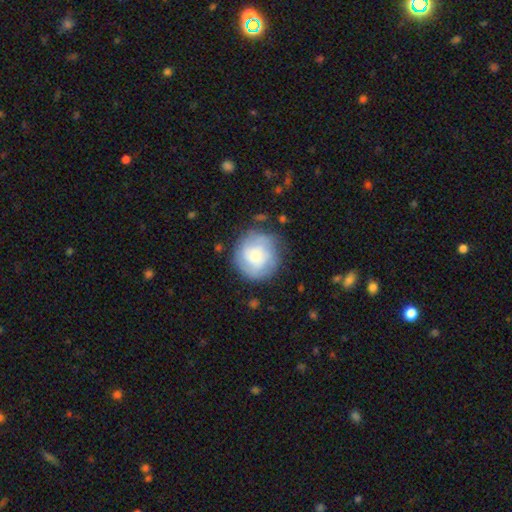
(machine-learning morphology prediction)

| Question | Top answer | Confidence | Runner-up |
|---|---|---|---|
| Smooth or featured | smooth | 55% | featured or disk (38%) |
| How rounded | round | 91% | in between (8%) |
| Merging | none | 70% | minor disturbance (19%) |